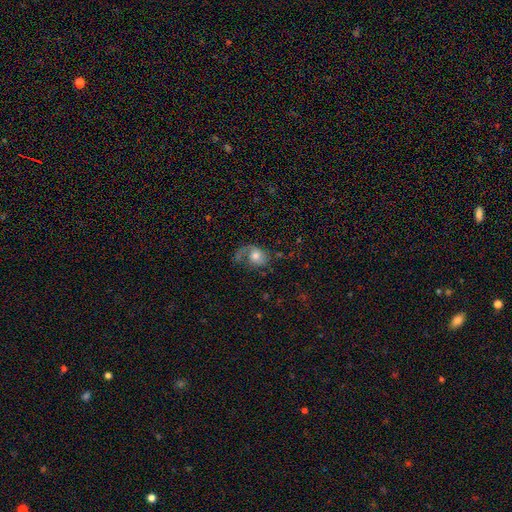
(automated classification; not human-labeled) smooth_or_featured: featured or disk (p=0.46) [alt: smooth p=0.45]
merging: major disturbance (p=0.37) [alt: none p=0.36]